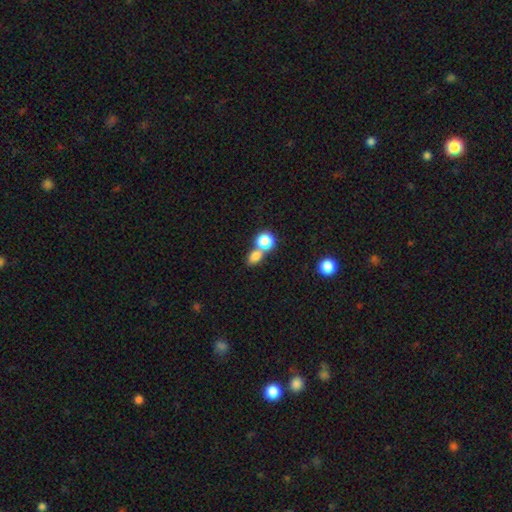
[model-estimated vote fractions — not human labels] Overall: smooth (78%). How rounded: round (51%; in between 47%). Merging: merger (52%; none 37%).